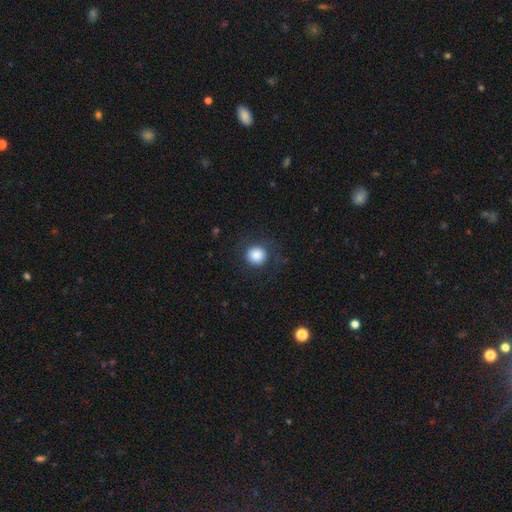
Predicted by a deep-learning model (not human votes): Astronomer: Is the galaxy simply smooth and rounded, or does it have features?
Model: smooth — 84%.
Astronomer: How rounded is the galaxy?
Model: round — 92%.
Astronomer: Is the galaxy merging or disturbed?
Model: none — 81%.